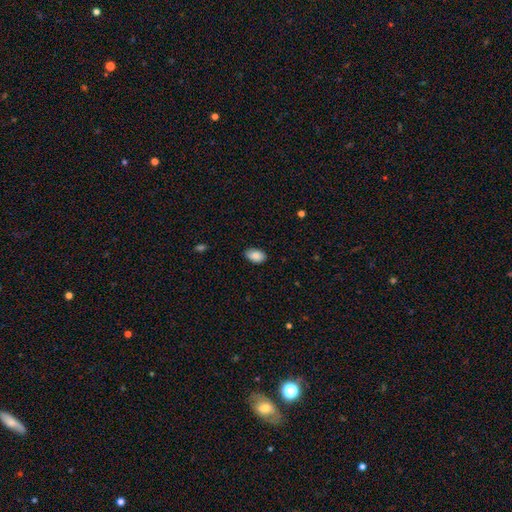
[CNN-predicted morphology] smooth_or_featured: smooth (p=0.89) [alt: star or artifact p=0.07]
how_rounded: in between (p=0.91) [alt: round p=0.08]
merging: none (p=0.83) [alt: minor disturbance p=0.14]